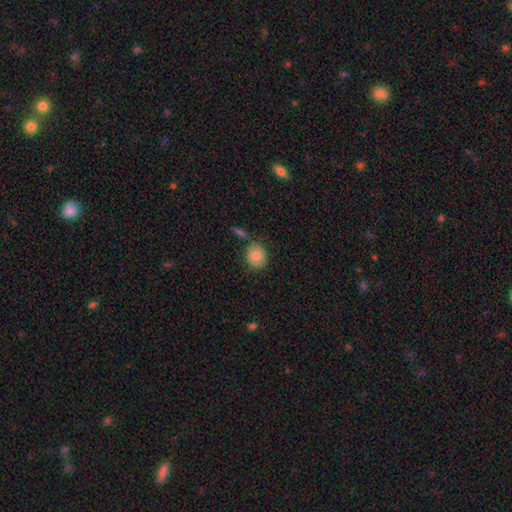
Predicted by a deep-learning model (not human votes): This appears to be a smooth galaxy with no disk features (83%) that is round (69%). Merging: none (74%).